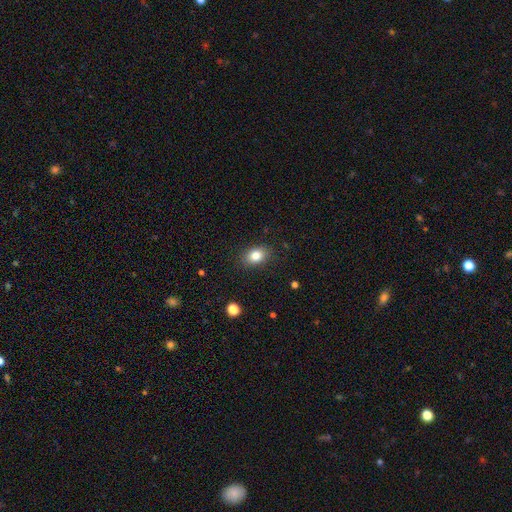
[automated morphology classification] This is clearly a smooth galaxy (83%). How rounded: likely in between (73%). Merging: clearly none (86%).